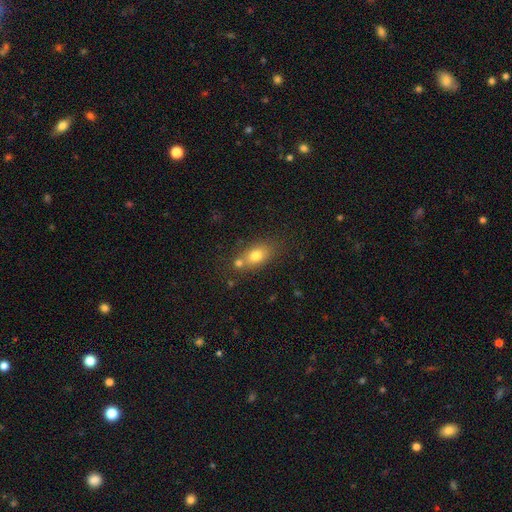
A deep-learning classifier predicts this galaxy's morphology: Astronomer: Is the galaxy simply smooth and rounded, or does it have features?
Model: smooth — 75%.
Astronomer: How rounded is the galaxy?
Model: in between — 74%.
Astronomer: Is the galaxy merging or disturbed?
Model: none — 56%.